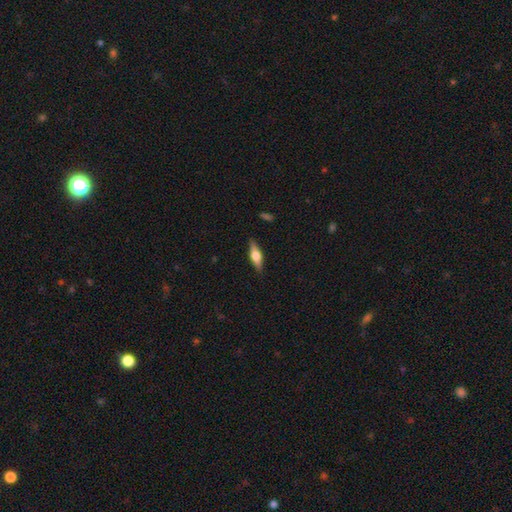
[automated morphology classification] Q: Smooth or featured?
A: featured or disk (53%); runner-up: smooth (41%)
Q: Edge-on disk?
A: yes (93%); runner-up: no (7%)
Q: Merging?
A: none (88%); runner-up: minor disturbance (9%)